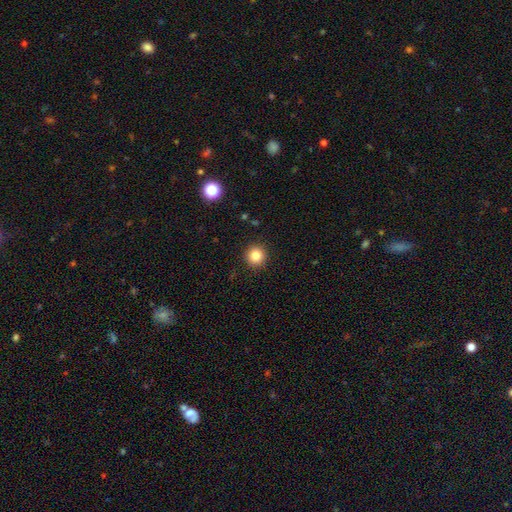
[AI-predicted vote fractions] Smooth or featured?
  - smooth: 84% *
  - star or artifact: 11%
  - featured or disk: 5%
How rounded?
  - round: 93% *
  - in between: 6%
  - cigar-shaped: 1%
Merging?
  - none: 92% *
  - minor disturbance: 5%
  - major disturbance: 2%
  - merger: 1%